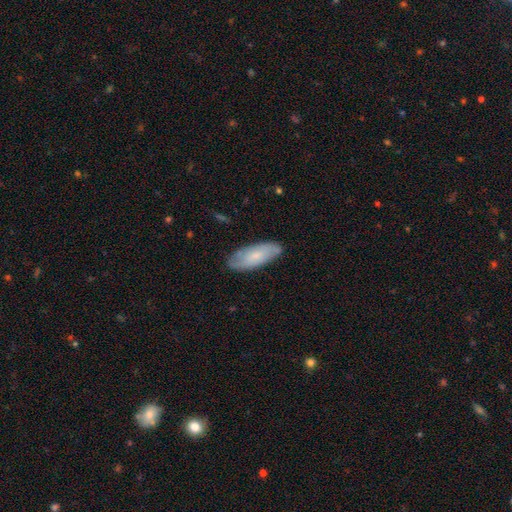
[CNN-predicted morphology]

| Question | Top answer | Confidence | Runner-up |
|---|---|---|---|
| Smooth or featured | smooth | 58% | featured or disk (35%) |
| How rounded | in between | 76% | cigar-shaped (22%) |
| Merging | none | 78% | minor disturbance (17%) |